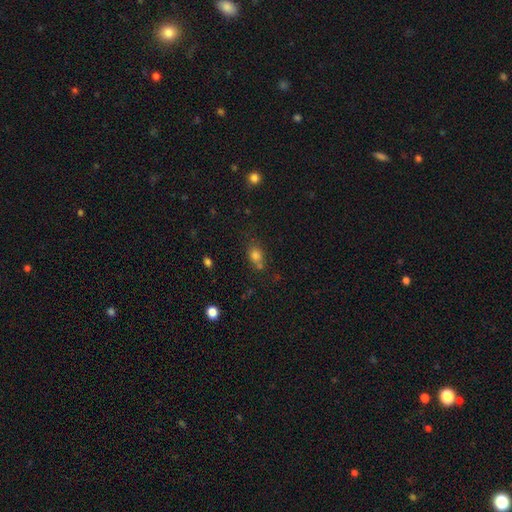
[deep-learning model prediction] Smooth or featured: smooth — 76% (star or artifact — 15%)
How rounded: round — 52% (in between — 47%)
Merging: none — 55% (merger — 24%)